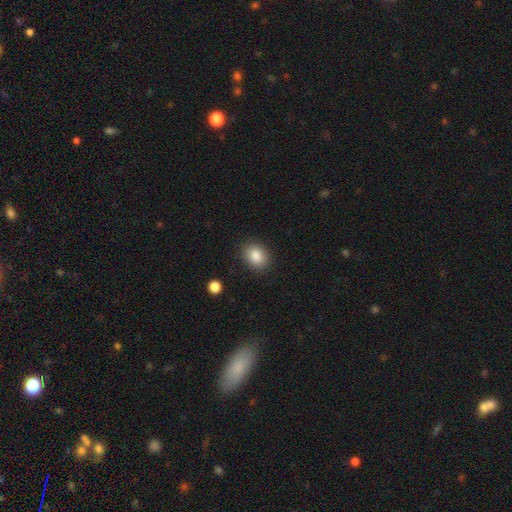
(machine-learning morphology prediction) Smooth or featured? smooth (86%)
How rounded? round (54%)
Merging? none (87%)